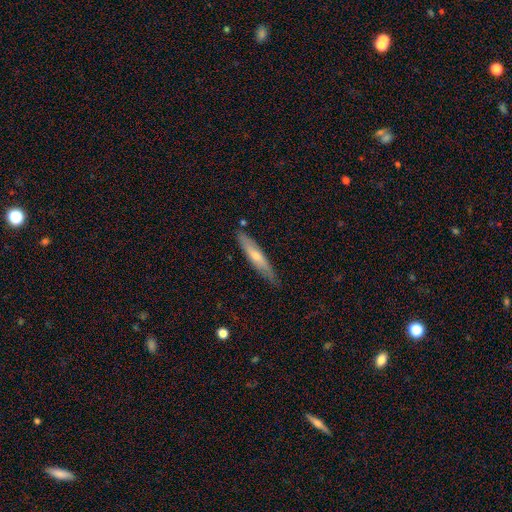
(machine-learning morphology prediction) This is possibly a smooth galaxy (51%). How rounded: clearly cigar-shaped (88%). Merging: clearly none (82%).